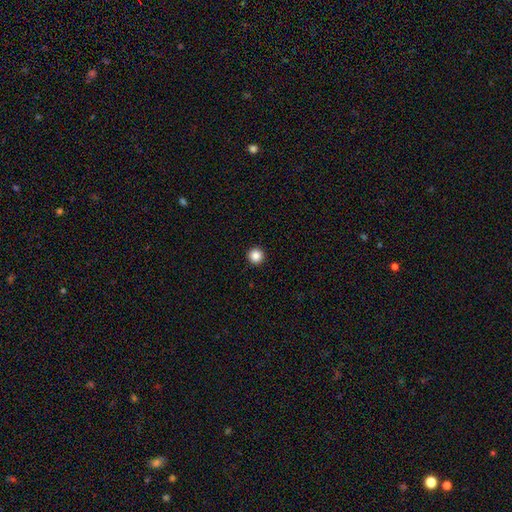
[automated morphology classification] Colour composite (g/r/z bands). It shows a smooth galaxy with no disk features (86%) that is round (97%). Merging: none (94%).